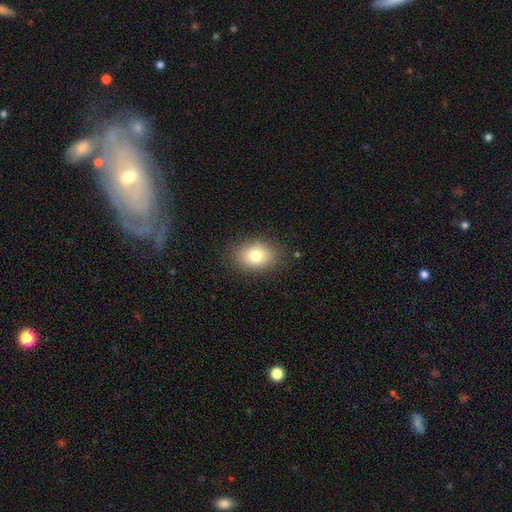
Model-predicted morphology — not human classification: Overall: smooth (78%). How rounded: in between (68%; round 31%). Merging: none (85%).